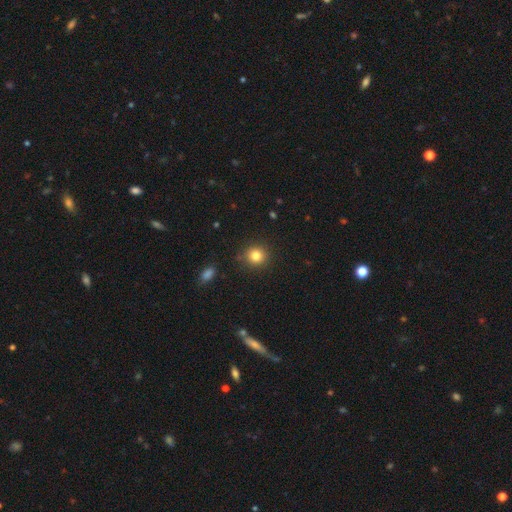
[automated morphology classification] Q: Smooth or featured?
A: smooth (82%); runner-up: star or artifact (12%)
Q: How rounded?
A: round (90%); runner-up: in between (9%)
Q: Merging?
A: none (88%); runner-up: minor disturbance (8%)